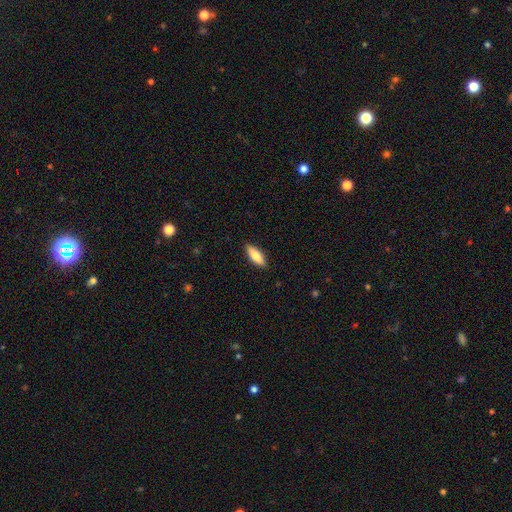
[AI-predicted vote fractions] A smooth galaxy with no disk features (78%) that is in between round and cigar-shaped (58%).

Vote fractions:
- Smooth or featured? smooth: 78% / featured or disk: 16% / star or artifact: 6%
- How rounded? in between: 58% / cigar-shaped: 40% / round: 2%
- Merging? none: 88% / minor disturbance: 9% / major disturbance: 2% / merger: 1%